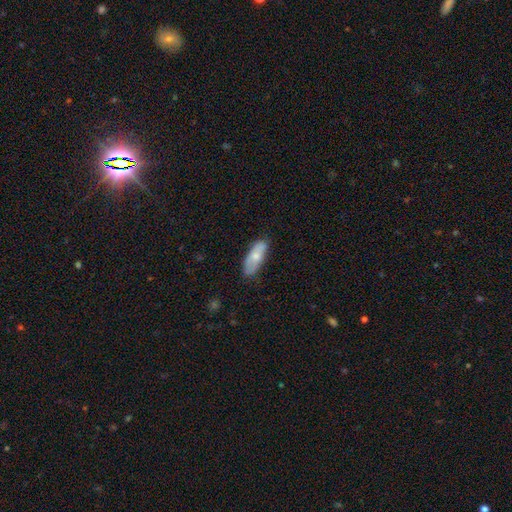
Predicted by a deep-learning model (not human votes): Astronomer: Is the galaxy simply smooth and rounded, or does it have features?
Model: smooth — 70%.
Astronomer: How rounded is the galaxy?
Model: in between — 74%.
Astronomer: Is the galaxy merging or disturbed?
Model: none — 70%.